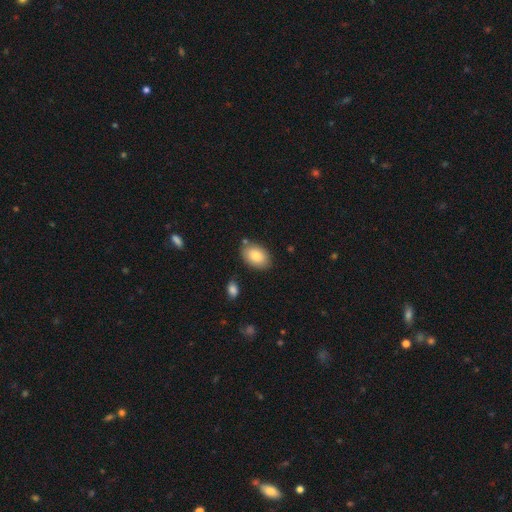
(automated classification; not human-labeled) smooth-or-featured: smooth: 85% | featured or disk: 9% | star or artifact: 7%
  how-rounded: in between: 88% | round: 10% | cigar-shaped: 1%
  merging: none: 79% | minor disturbance: 14% | merger: 4% | major disturbance: 3%